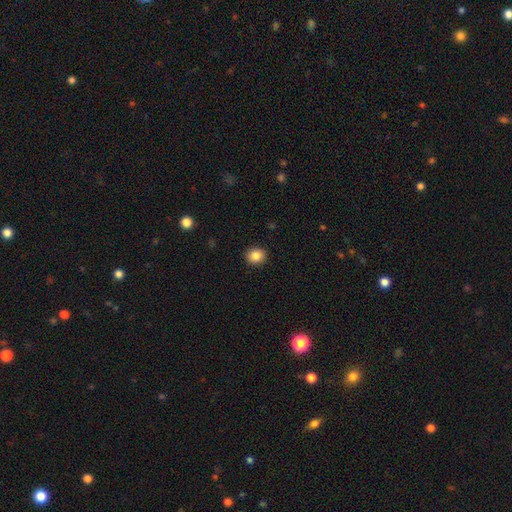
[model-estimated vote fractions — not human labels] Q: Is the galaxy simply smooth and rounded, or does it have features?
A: smooth — 87%.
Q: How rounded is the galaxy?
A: round — 76%.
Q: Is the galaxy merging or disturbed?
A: none — 91%.